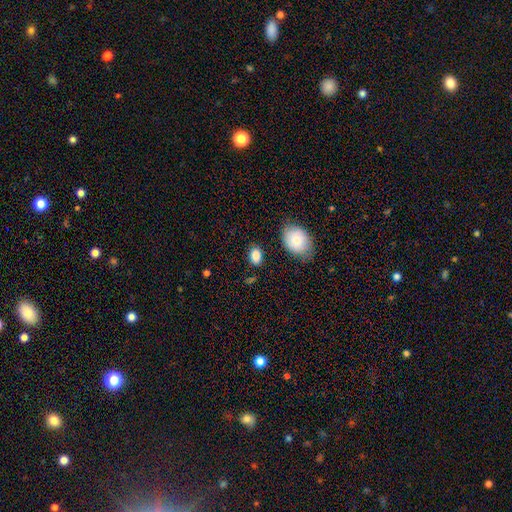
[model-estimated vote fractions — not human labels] A smooth galaxy with no disk features (86%) that is in between round and cigar-shaped (82%). Merging: none (82%).